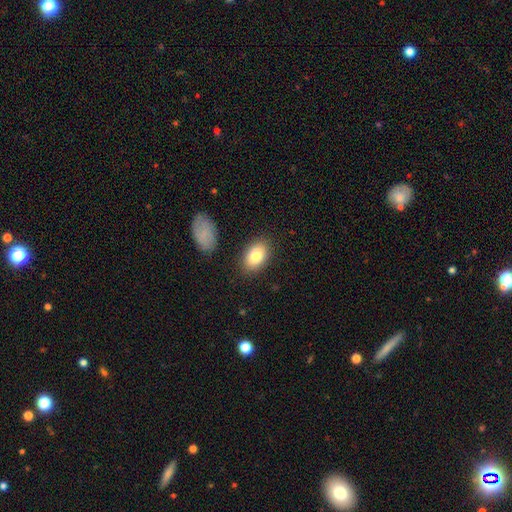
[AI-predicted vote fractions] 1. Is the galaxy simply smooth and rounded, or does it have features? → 83% smooth, 10% featured or disk, 7% star or artifact.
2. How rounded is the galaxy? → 89% in between, 10% round, 1% cigar-shaped.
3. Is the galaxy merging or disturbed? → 85% none, 10% minor disturbance, 3% major disturbance, 2% merger.